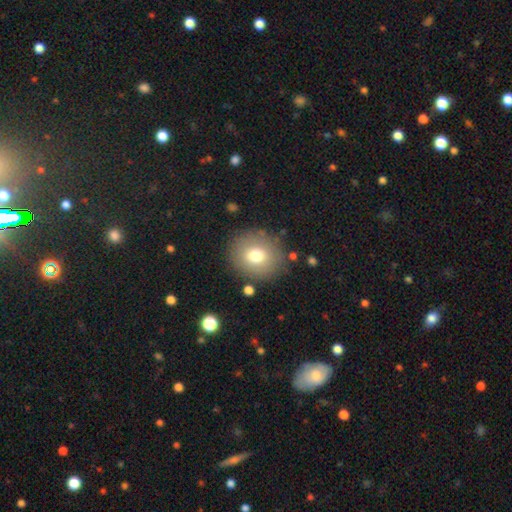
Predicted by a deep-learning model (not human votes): The model was most divided on "smooth or featured": smooth: 73%, featured or disk: 15%, star or artifact: 11%. More confident: how rounded — round (83%); merging — none (83%).